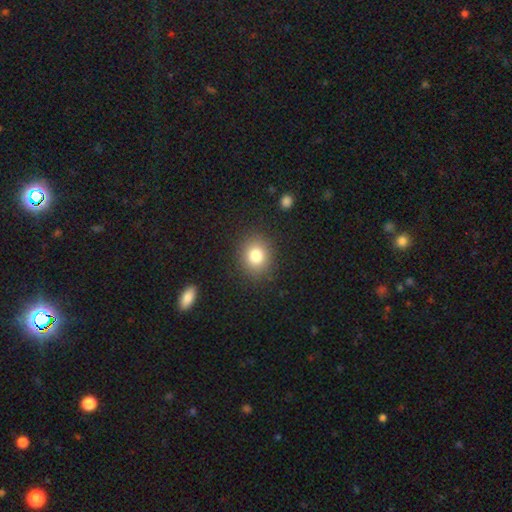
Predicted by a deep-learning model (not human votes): Smooth or featured? smooth (80%)
How rounded? round (69%)
Merging? none (88%)